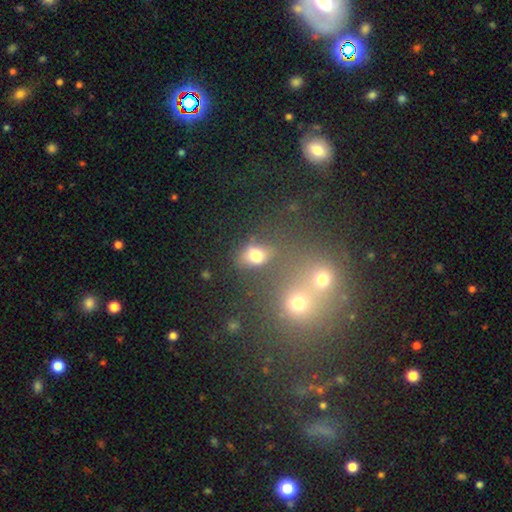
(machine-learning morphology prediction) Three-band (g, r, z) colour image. It shows a smooth galaxy with no disk features (72%) that is in between round and cigar-shaped (60%). Merging: none (59%).